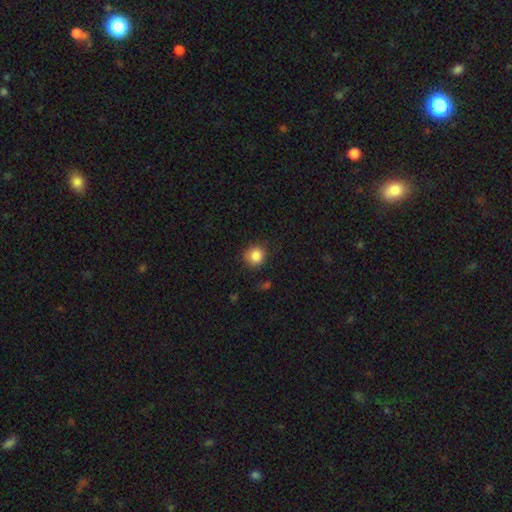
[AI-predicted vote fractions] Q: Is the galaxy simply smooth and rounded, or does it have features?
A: smooth — 86%.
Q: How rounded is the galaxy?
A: round — 89%.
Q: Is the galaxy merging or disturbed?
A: none — 81%.